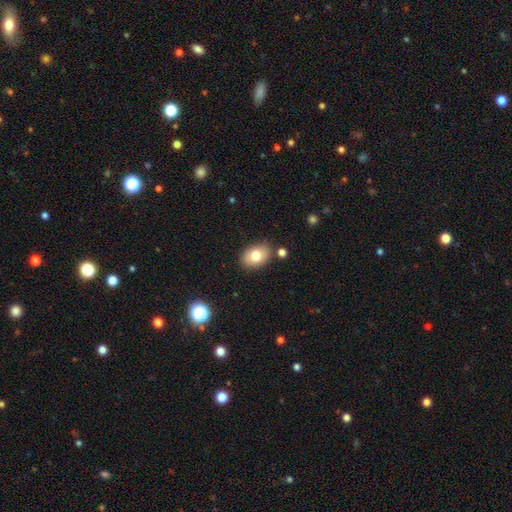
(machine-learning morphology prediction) A smooth galaxy with no disk features (78%) that is in between round and cigar-shaped (80%). Merging: none (81%).